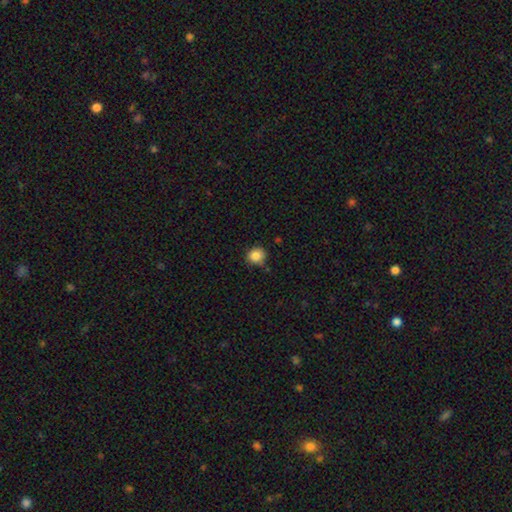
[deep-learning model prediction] smooth-or-featured: smooth: 85% | star or artifact: 10% | featured or disk: 5%
  how-rounded: round: 86% | in between: 13% | cigar-shaped: 1%
  merging: none: 78% | minor disturbance: 15% | merger: 4% | major disturbance: 3%